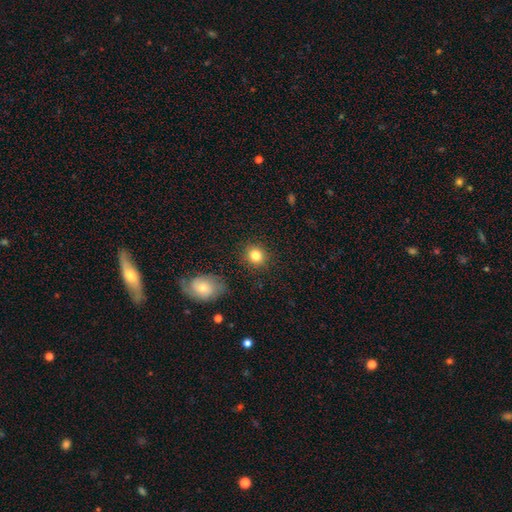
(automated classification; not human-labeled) Smooth or featured? Predicted: smooth (p=0.83). How rounded? Predicted: round (p=0.78). Merging? Predicted: none (p=0.87).